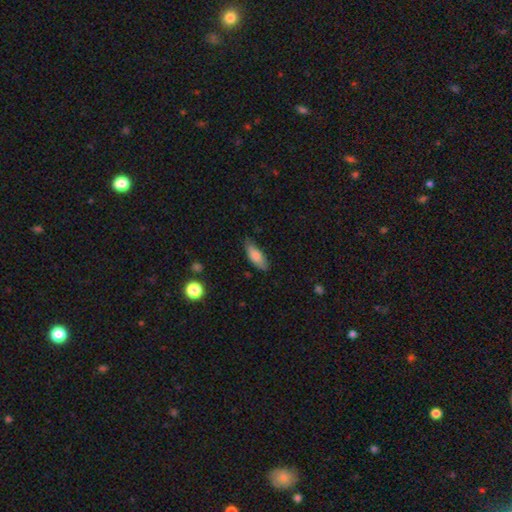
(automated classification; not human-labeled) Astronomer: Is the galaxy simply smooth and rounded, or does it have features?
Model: smooth — 78%.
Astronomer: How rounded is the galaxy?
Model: in between — 75%.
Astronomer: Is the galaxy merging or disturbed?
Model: none — 73%.